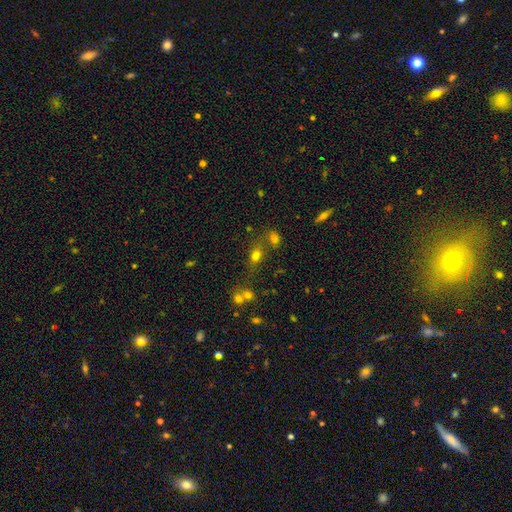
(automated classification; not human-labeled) This is likely a smooth galaxy (68%). How rounded: likely in between (68%). Merging: possibly none (51%).